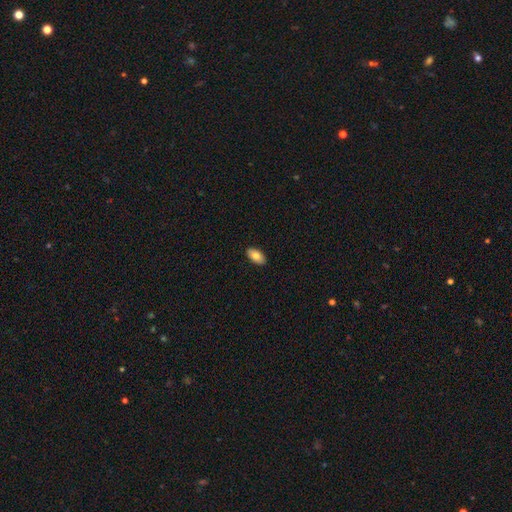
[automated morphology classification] smooth 81%, featured or disk 12%, star or artifact 7%. Down the decision tree: how rounded — in between (94%); merging — none (90%).